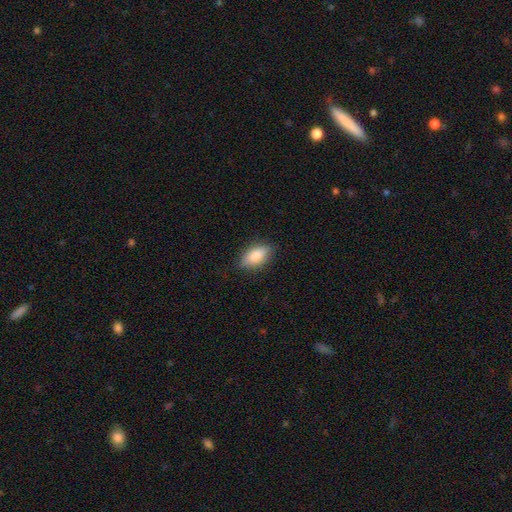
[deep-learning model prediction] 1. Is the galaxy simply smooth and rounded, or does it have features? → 78% smooth, 15% featured or disk, 7% star or artifact.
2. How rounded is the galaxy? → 86% in between, 10% cigar-shaped, 4% round.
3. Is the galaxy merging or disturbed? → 84% none, 13% minor disturbance, 3% major disturbance, 1% merger.